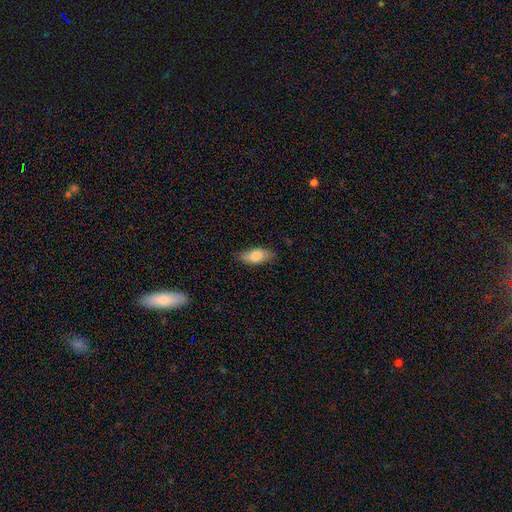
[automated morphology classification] This is clearly a smooth galaxy (82%). How rounded: clearly in between (84%). Merging: clearly none (82%).